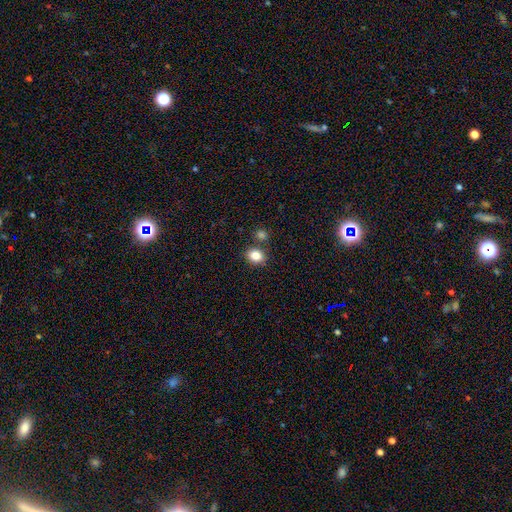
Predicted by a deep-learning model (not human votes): Smooth or featured?
  - smooth: 84% *
  - star or artifact: 10%
  - featured or disk: 6%
How rounded?
  - in between: 51% *
  - round: 48%
  - cigar-shaped: 1%
Merging?
  - none: 75% *
  - merger: 12%
  - minor disturbance: 10%
  - major disturbance: 3%